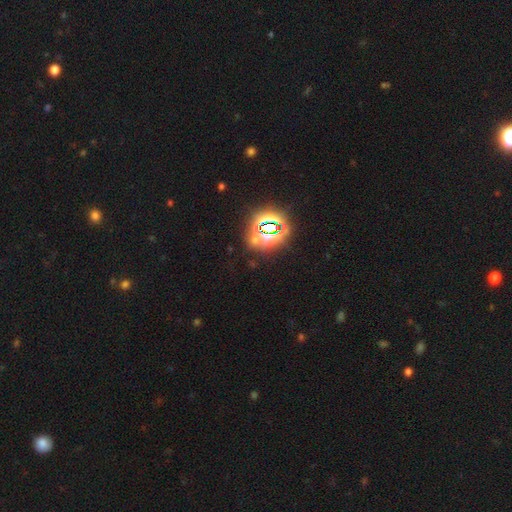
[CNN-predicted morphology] Smooth or featured?
  - star or artifact: 80% *
  - smooth: 12%
  - featured or disk: 9%